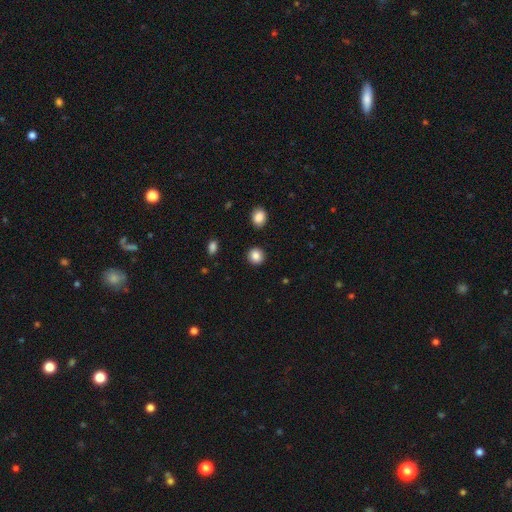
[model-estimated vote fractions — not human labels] A smooth galaxy with no disk features (87%) that is round (88%). Merging: none (91%).